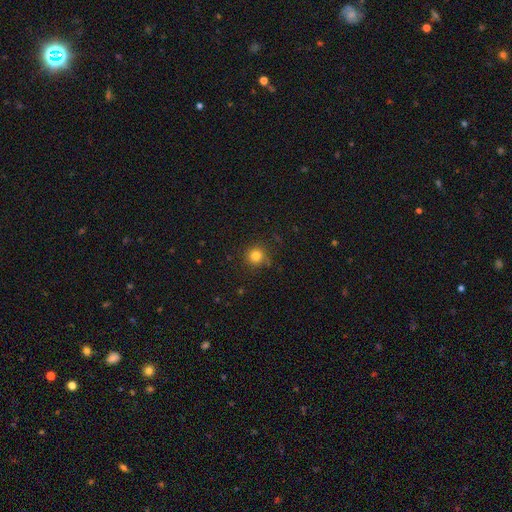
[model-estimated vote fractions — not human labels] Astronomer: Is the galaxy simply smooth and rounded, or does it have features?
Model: smooth — 81%.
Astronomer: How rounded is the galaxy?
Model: round — 93%.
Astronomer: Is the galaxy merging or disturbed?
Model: none — 81%.